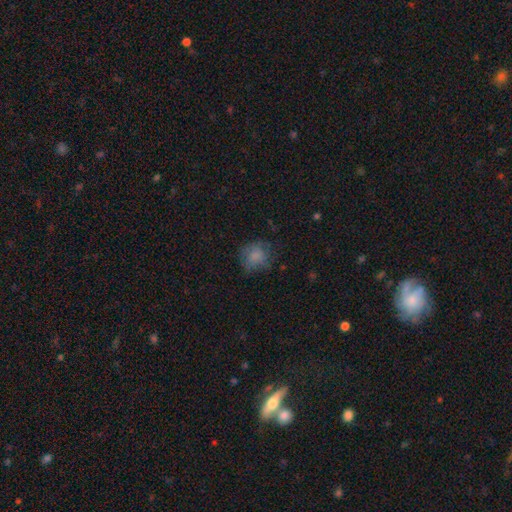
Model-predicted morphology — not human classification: A smooth galaxy with no disk features (75%) that is round (76%).

Vote fractions:
- Smooth or featured? smooth: 75% / featured or disk: 14% / star or artifact: 11%
- How rounded? round: 76% / in between: 23% / cigar-shaped: 1%
- Merging? none: 63% / minor disturbance: 23% / major disturbance: 13% / merger: 1%